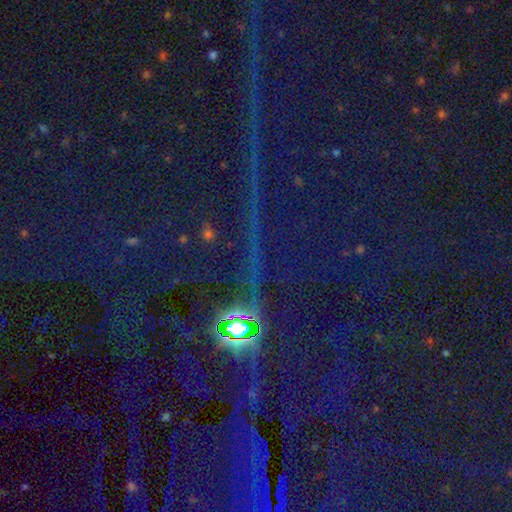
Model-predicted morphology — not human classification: The model was most divided on "smooth or featured": star or artifact: 84%, featured or disk: 9%, smooth: 7%.